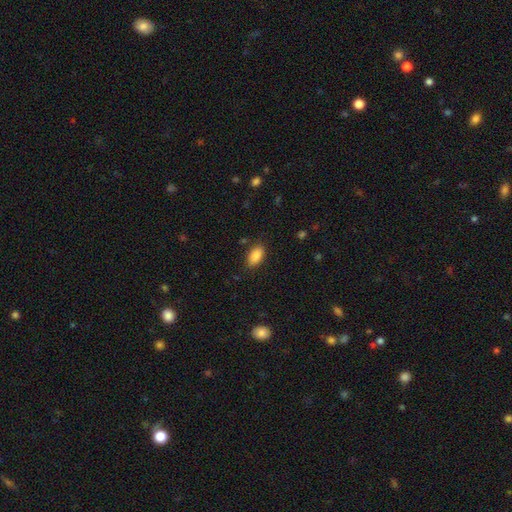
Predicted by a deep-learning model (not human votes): A smooth galaxy with no disk features (88%) that is in between round and cigar-shaped (93%).

Vote fractions:
- Smooth or featured? smooth: 88% / star or artifact: 8% / featured or disk: 4%
- How rounded? in between: 93% / round: 4% / cigar-shaped: 3%
- Merging? none: 85% / minor disturbance: 11% / major disturbance: 3% / merger: 1%